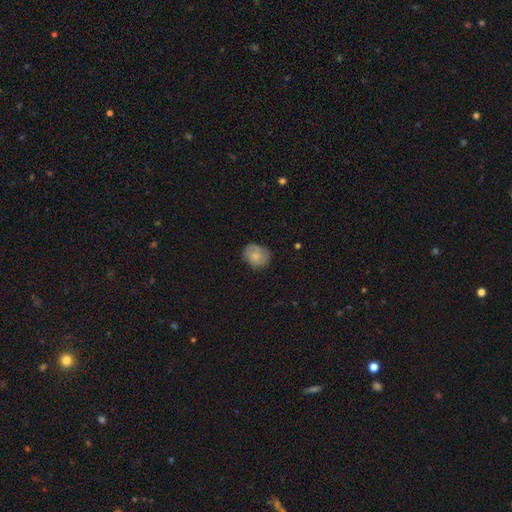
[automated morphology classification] type=smooth (75%); roundness=round (65%); merging=none (76%).